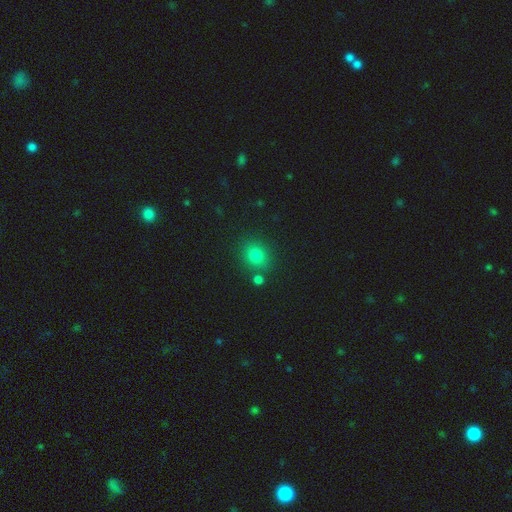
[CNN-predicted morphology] A smooth galaxy with no disk features (76%) that is round (74%).

Vote fractions:
- Smooth or featured? smooth: 76% / star or artifact: 17% / featured or disk: 7%
- How rounded? round: 74% / in between: 25% / cigar-shaped: 1%
- Merging? none: 77% / minor disturbance: 10% / merger: 10% / major disturbance: 3%